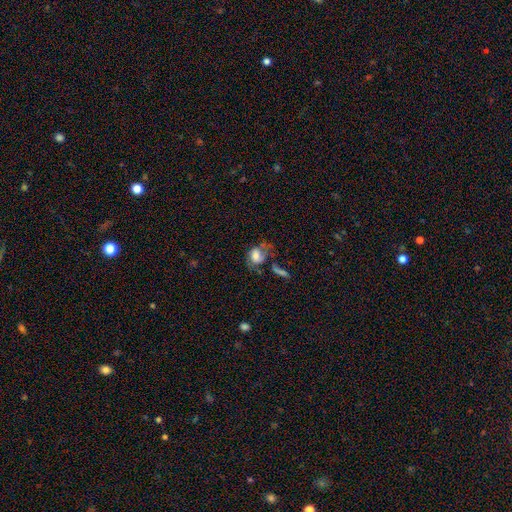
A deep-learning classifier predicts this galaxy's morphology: Overall: smooth (53%; featured or disk 37%). How rounded: in between (62%; round 37%). Merging: none (32%, tied with major disturbance).